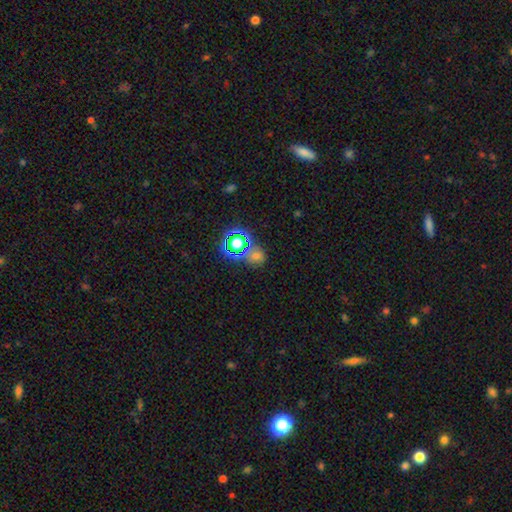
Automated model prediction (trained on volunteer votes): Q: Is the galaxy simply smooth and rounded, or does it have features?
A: smooth — 48%.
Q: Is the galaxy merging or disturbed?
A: none — 64%.